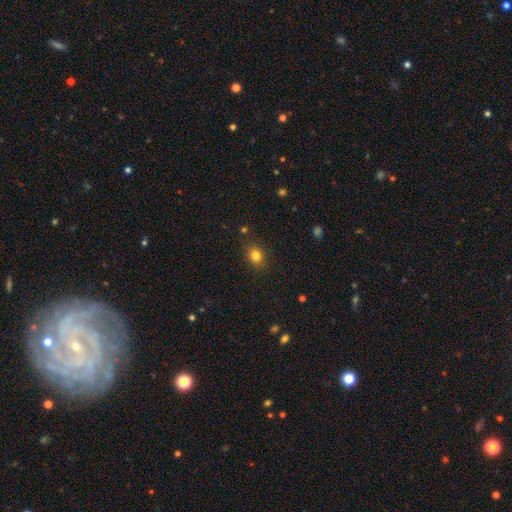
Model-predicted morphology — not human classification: Q: Smooth or featured?
A: smooth (81%); runner-up: star or artifact (12%)
Q: How rounded?
A: round (55%); runner-up: in between (44%)
Q: Merging?
A: none (84%); runner-up: minor disturbance (11%)